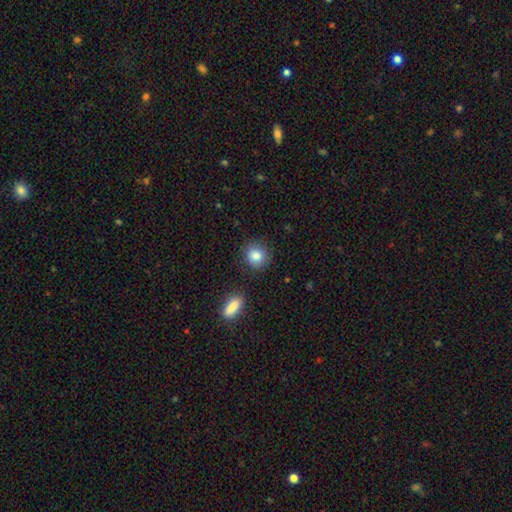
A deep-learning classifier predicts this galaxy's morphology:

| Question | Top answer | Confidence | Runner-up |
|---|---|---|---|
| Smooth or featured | smooth | 86% | star or artifact (8%) |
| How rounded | round | 81% | in between (17%) |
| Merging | none | 85% | minor disturbance (9%) |